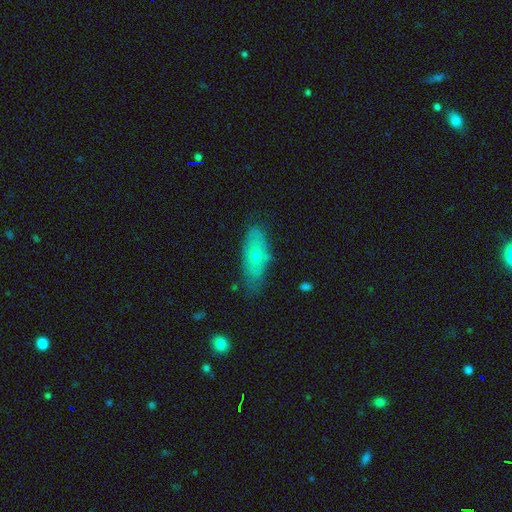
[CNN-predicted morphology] smooth-or-featured: smooth: 52% | featured or disk: 41% | star or artifact: 7%
  how-rounded: in between: 77% | cigar-shaped: 19% | round: 4%
  merging: none: 67% | minor disturbance: 25% | major disturbance: 6% | merger: 2%